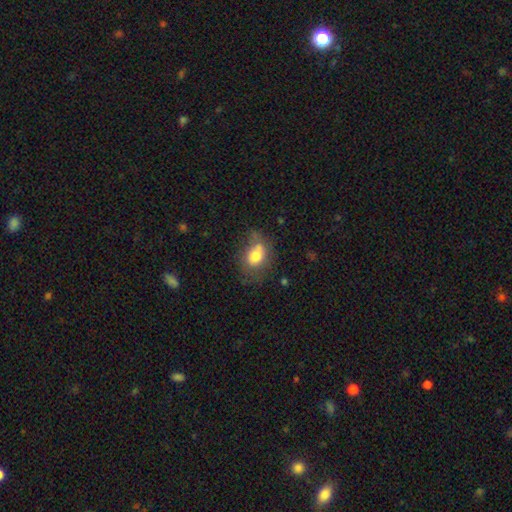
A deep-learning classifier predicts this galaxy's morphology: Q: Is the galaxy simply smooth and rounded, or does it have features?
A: smooth — 73%.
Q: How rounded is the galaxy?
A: in between — 65%.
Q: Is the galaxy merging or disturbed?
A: none — 42%.